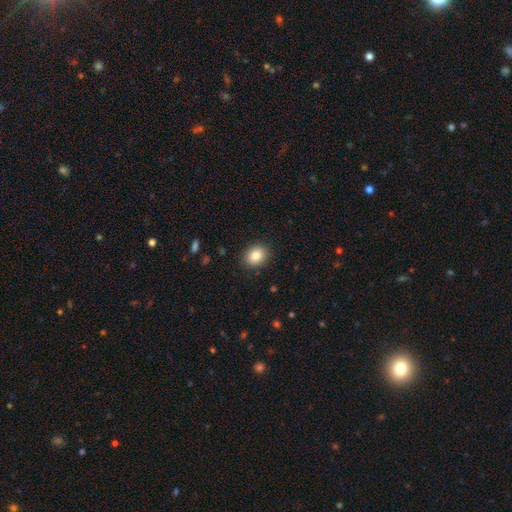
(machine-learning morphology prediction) type=smooth (84%); roundness=round (58%); merging=none (89%).